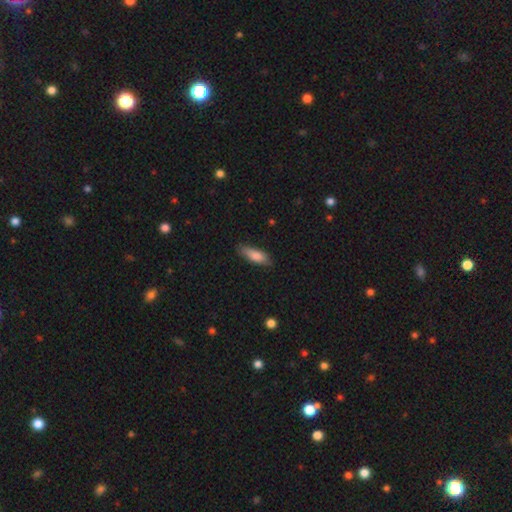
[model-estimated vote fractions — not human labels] smooth-or-featured: smooth: 78% | featured or disk: 16% | star or artifact: 6%
  how-rounded: in between: 54% | cigar-shaped: 44% | round: 2%
  merging: none: 80% | minor disturbance: 16% | major disturbance: 3% | merger: 1%